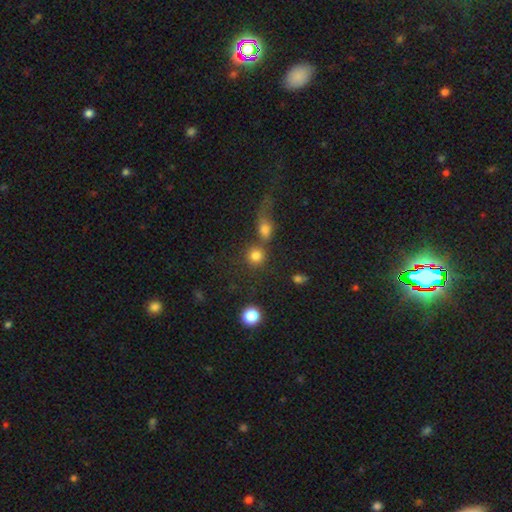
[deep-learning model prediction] A smooth galaxy with no disk features (81%) that is round (88%).

Vote fractions:
- Smooth or featured? smooth: 81% / star or artifact: 12% / featured or disk: 7%
- How rounded? round: 88% / in between: 10% / cigar-shaped: 1%
- Merging? none: 58% / merger: 28% / minor disturbance: 8% / major disturbance: 6%